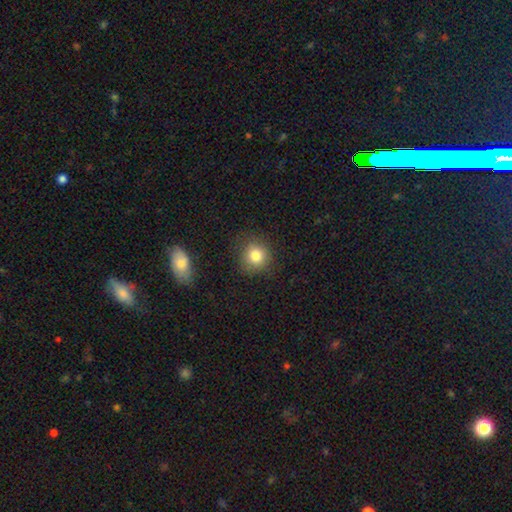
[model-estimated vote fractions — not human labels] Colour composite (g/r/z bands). It shows a smooth galaxy with no disk features (83%) that is round (87%). Merging: none (82%).